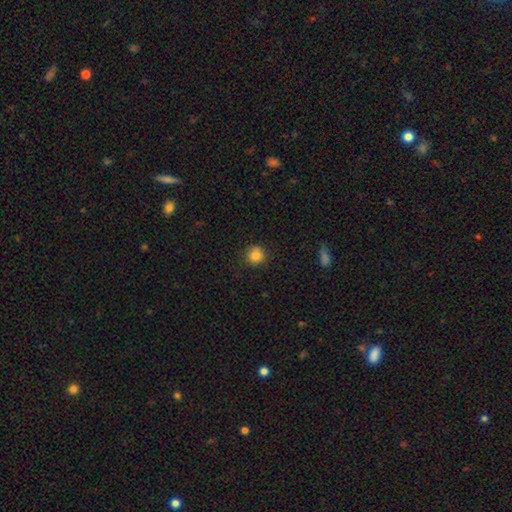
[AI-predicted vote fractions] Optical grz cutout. It shows a smooth galaxy with no disk features (84%) that is round (92%). Merging: none (88%).